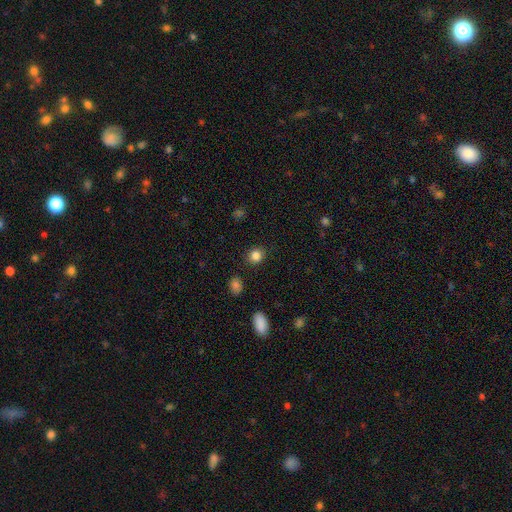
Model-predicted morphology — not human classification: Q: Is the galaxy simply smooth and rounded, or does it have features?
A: smooth — 84%.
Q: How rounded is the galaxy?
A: round — 77%.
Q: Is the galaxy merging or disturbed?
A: none — 88%.